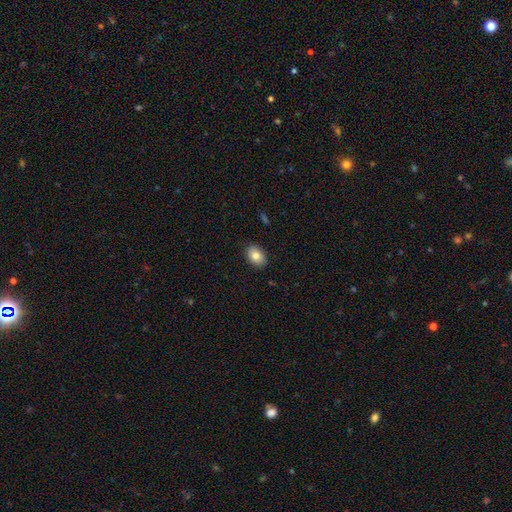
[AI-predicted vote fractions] A smooth galaxy with no disk features (81%) that is in between round and cigar-shaped (76%).

Vote fractions:
- Smooth or featured? smooth: 81% / featured or disk: 11% / star or artifact: 8%
- How rounded? in between: 76% / round: 23% / cigar-shaped: 1%
- Merging? none: 87% / minor disturbance: 10% / major disturbance: 2% / merger: 1%